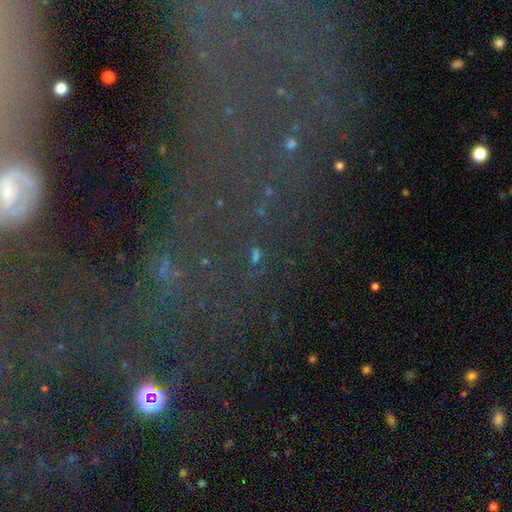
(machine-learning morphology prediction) star or artifact 59%, smooth 26%, featured or disk 15%.